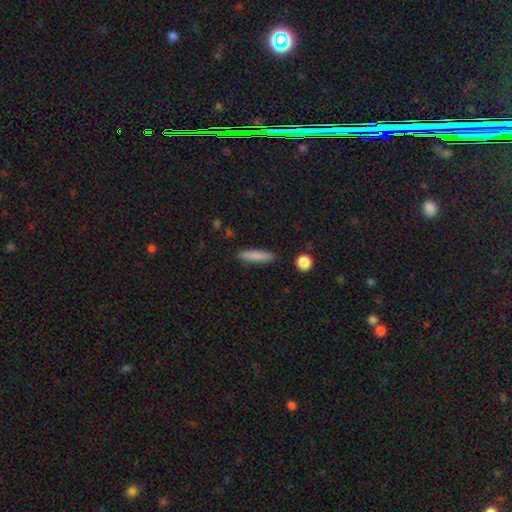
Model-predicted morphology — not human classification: The model was most divided on "how rounded": cigar-shaped: 83%, in between: 15%, round: 2%. More confident: merging — none (87%); smooth or featured — smooth (81%).